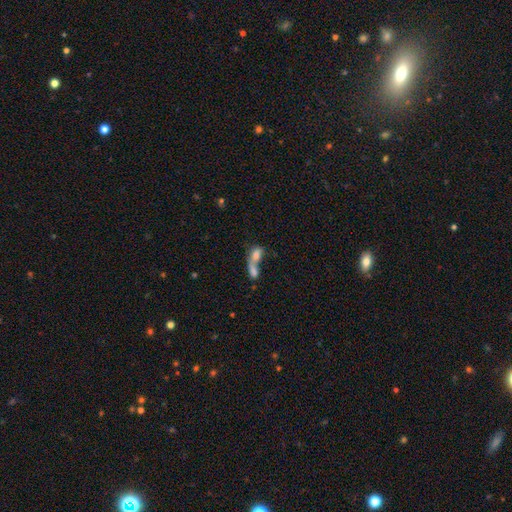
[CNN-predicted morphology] Smooth or featured? smooth (70%)
How rounded? in between (70%)
Merging? merger (74%)